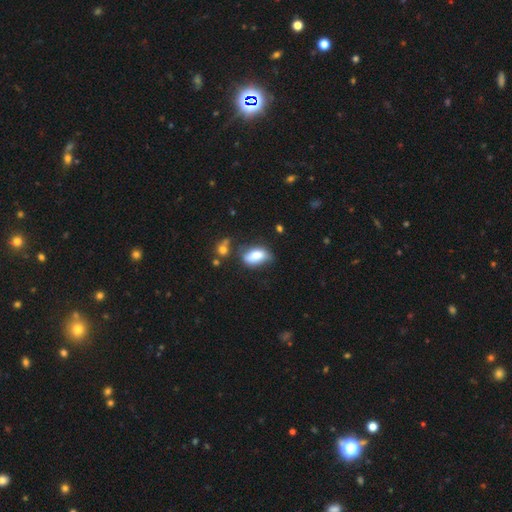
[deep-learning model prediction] Smooth or featured?
  - smooth: 77% *
  - featured or disk: 15%
  - star or artifact: 8%
How rounded?
  - in between: 89% *
  - round: 7%
  - cigar-shaped: 4%
Merging?
  - none: 53% *
  - minor disturbance: 29%
  - major disturbance: 9%
  - merger: 9%